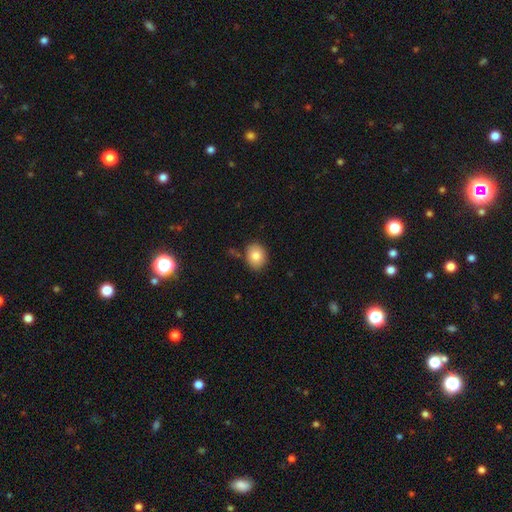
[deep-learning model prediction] smooth_or_featured: smooth (p=0.83) [alt: star or artifact p=0.09]
how_rounded: round (p=0.52) [alt: in between p=0.47]
merging: none (p=0.81) [alt: minor disturbance p=0.12]